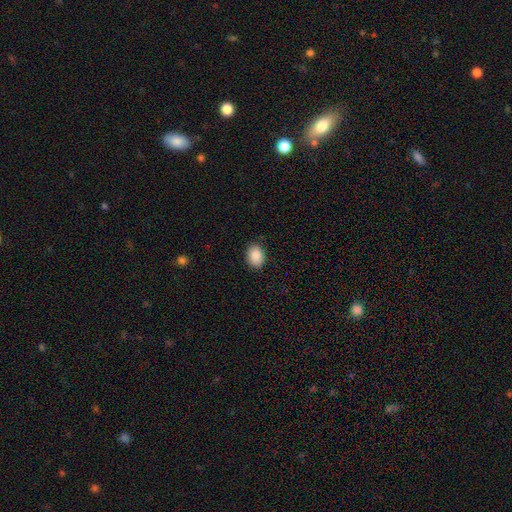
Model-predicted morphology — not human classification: smooth-or-featured: smooth: 90% | star or artifact: 7% | featured or disk: 3%
  how-rounded: in between: 77% | round: 22% | cigar-shaped: 1%
  merging: none: 87% | minor disturbance: 10% | major disturbance: 2% | merger: 1%